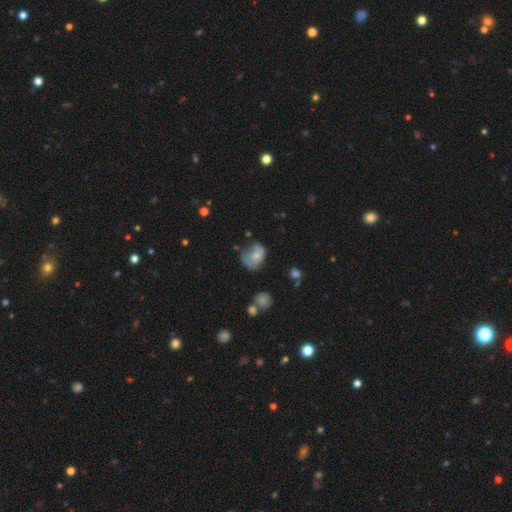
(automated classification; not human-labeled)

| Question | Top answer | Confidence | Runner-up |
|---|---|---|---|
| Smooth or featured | smooth | 50% | featured or disk (40%) |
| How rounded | in between | 53% | round (46%) |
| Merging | none | 37% | minor disturbance (32%) |